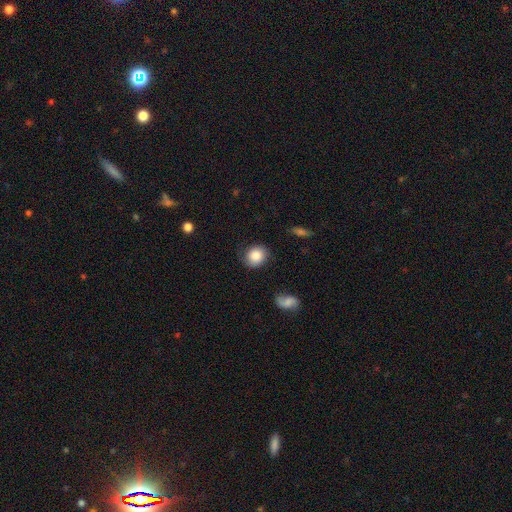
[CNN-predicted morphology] Smooth or featured? Predicted: smooth (p=0.84). How rounded? Predicted: round (p=0.74). Merging? Predicted: none (p=0.76).